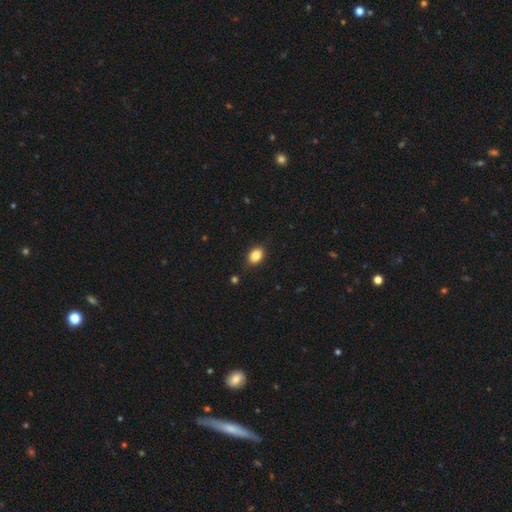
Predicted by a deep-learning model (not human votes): Overall: smooth (85%). How rounded: in between (79%). Merging: none (86%).